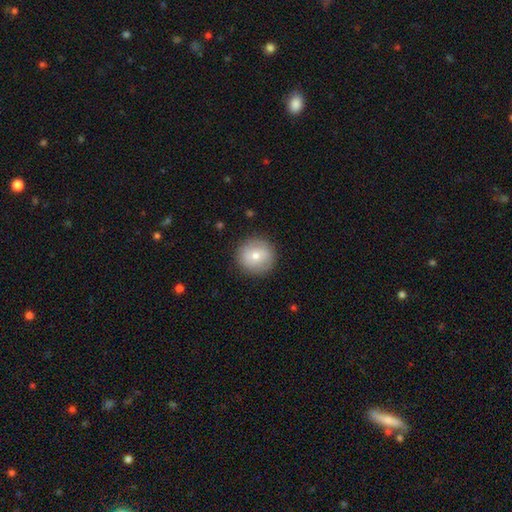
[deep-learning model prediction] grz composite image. It shows a smooth galaxy with no disk features (73%) that is round (94%). Merging: none (89%).